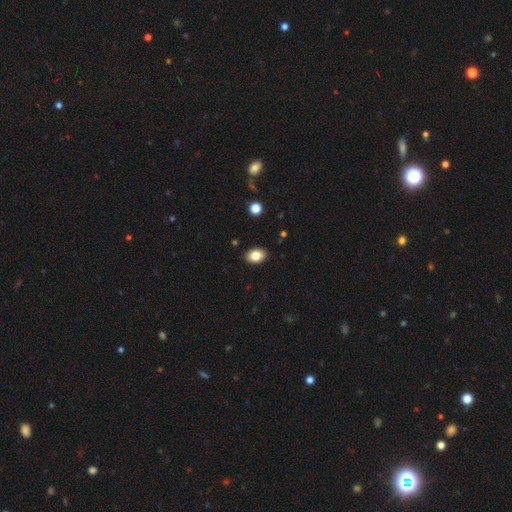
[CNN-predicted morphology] type=smooth (84%); roundness=in between (80%); merging=none (89%).